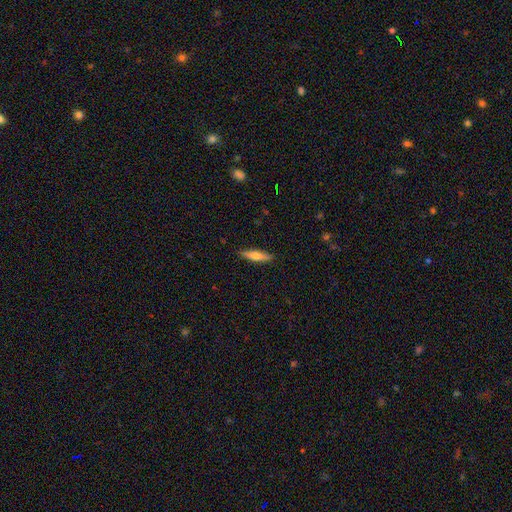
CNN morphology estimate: This appears to be a smooth galaxy with no disk features (56%) that is cigar-shaped (76%). Merging: none (89%).